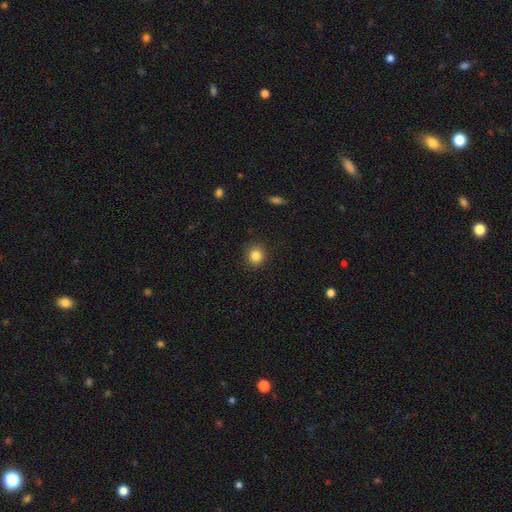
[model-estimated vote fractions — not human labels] This is clearly a smooth galaxy (84%). How rounded: clearly round (91%). Merging: clearly none (91%).